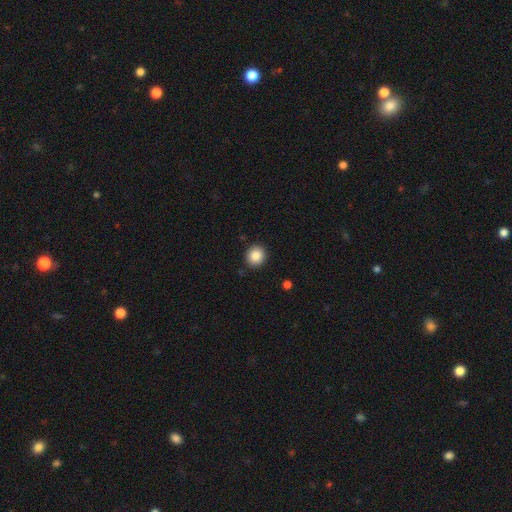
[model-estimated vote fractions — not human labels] Q: Smooth or featured?
A: smooth (87%); runner-up: star or artifact (9%)
Q: How rounded?
A: round (86%); runner-up: in between (13%)
Q: Merging?
A: none (89%); runner-up: minor disturbance (7%)